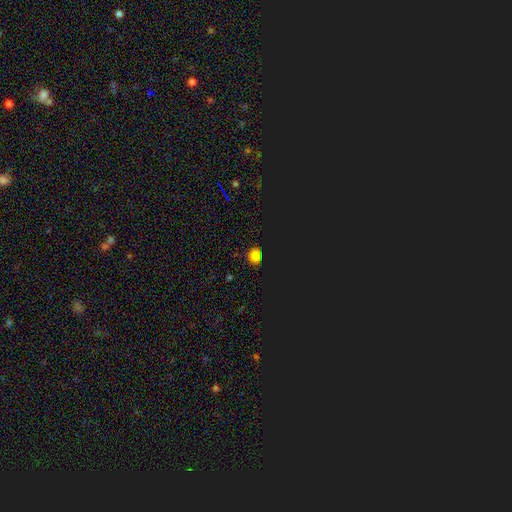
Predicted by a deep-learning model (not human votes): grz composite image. It shows a smooth galaxy with no disk features (60%) that is round (56%). Merging: none (78%).